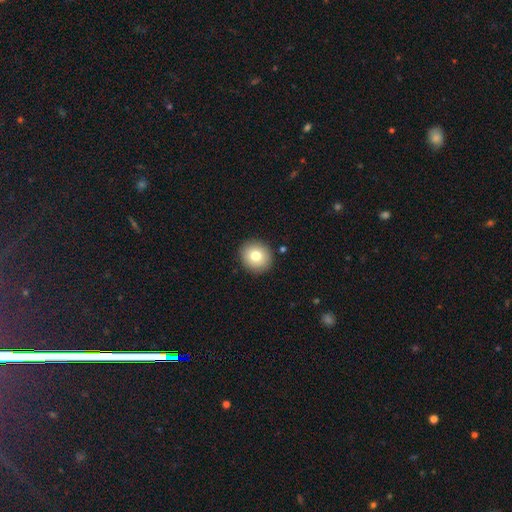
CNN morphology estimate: Q: Smooth or featured?
A: smooth (78%); runner-up: featured or disk (13%)
Q: How rounded?
A: round (88%); runner-up: in between (11%)
Q: Merging?
A: none (90%); runner-up: minor disturbance (6%)